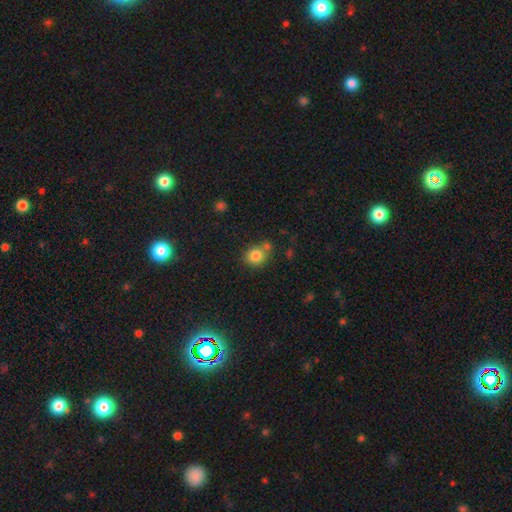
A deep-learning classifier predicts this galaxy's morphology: smooth-or-featured: smooth: 82% | star or artifact: 11% | featured or disk: 7%
  how-rounded: round: 78% | in between: 21% | cigar-shaped: 1%
  merging: none: 63% | merger: 20% | minor disturbance: 13% | major disturbance: 4%